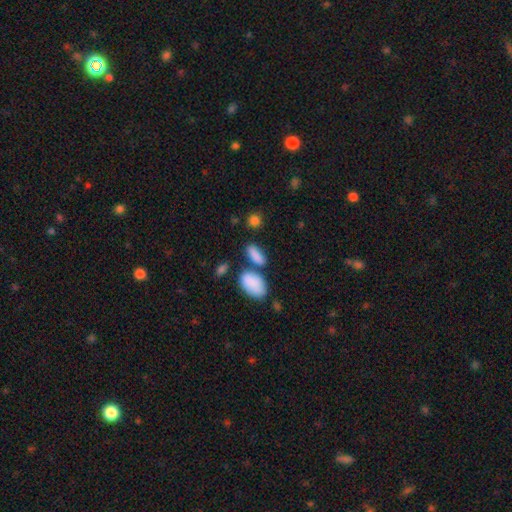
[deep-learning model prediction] smooth 85%, star or artifact 8%, featured or disk 7%. Down the decision tree: how rounded — in between (80%); merging — none (61%).